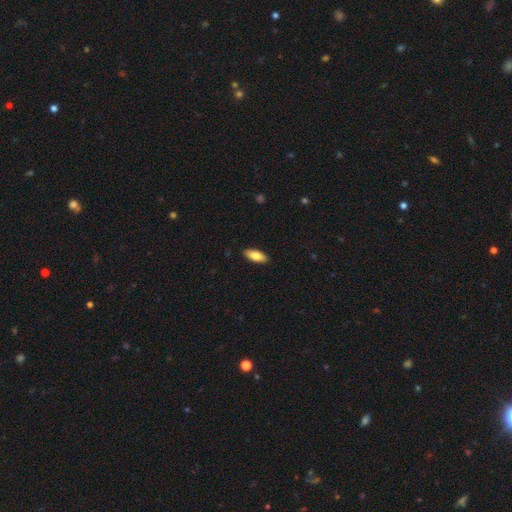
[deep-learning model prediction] A smooth galaxy with no disk features (83%) that is in between round and cigar-shaped (78%).

Vote fractions:
- Smooth or featured? smooth: 83% / featured or disk: 11% / star or artifact: 6%
- How rounded? in between: 78% / cigar-shaped: 20% / round: 2%
- Merging? none: 89% / minor disturbance: 8% / major disturbance: 2% / merger: 1%